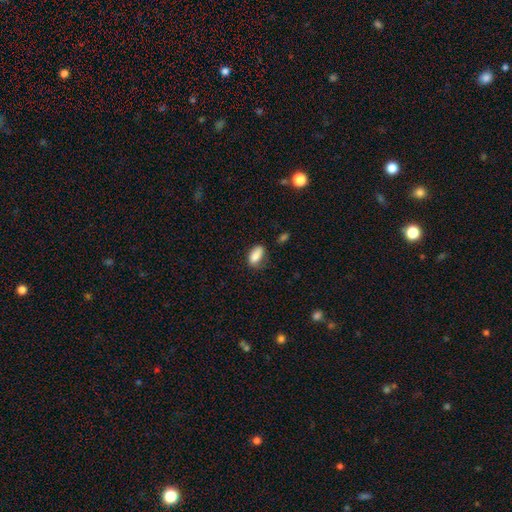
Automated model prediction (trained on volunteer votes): Overall: smooth (85%). How rounded: in between (88%). Merging: none (59%; minor disturbance 29%).